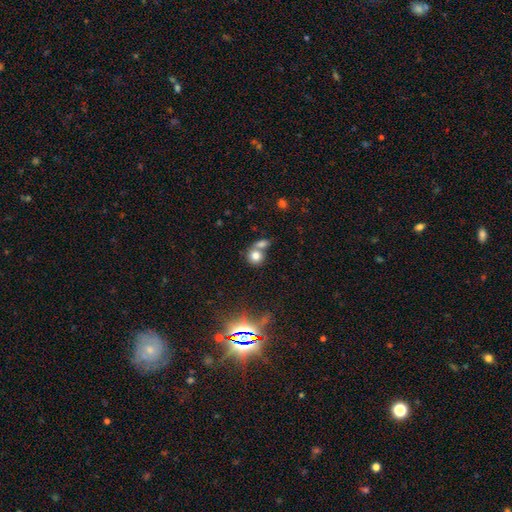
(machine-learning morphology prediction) type=smooth (76%); roundness=round (79%); merging=merger (48%).